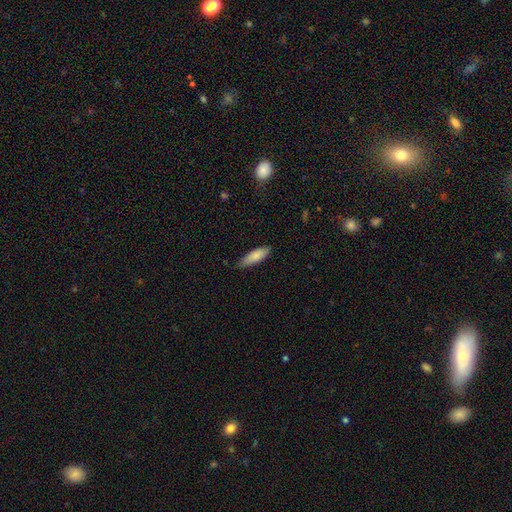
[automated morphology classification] Smooth or featured: smooth — 84% (featured or disk — 11%)
How rounded: in between — 52% (cigar-shaped — 46%)
Merging: none — 78% (minor disturbance — 18%)